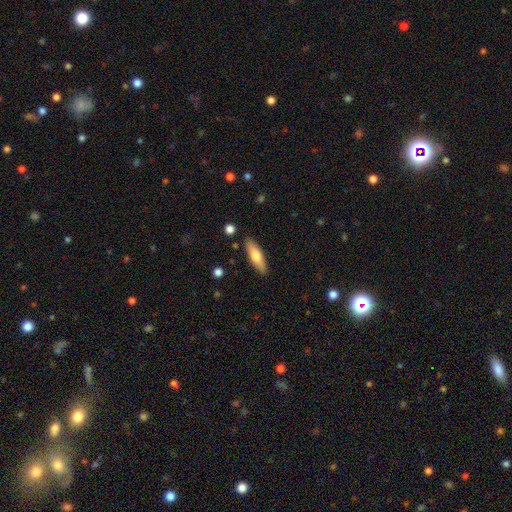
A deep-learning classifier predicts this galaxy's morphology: smooth 65%, featured or disk 29%, star or artifact 6%. Down the decision tree: how rounded — cigar-shaped (55%); merging — none (87%).